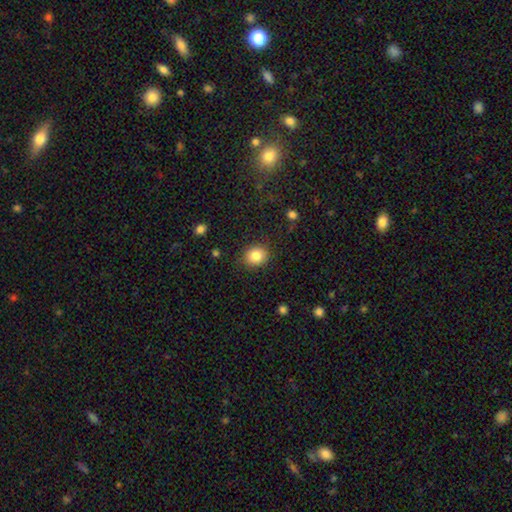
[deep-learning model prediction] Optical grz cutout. It shows a smooth galaxy with no disk features (84%) that is round (76%). Merging: none (87%).